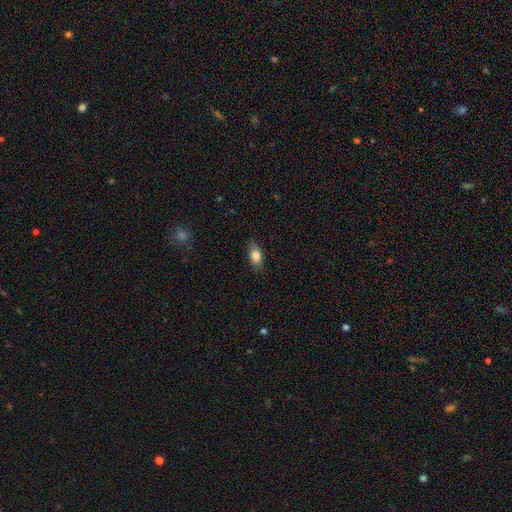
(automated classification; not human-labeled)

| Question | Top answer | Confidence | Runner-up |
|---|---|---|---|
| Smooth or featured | smooth | 84% | featured or disk (9%) |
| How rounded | in between | 86% | round (7%) |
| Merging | none | 79% | minor disturbance (16%) |